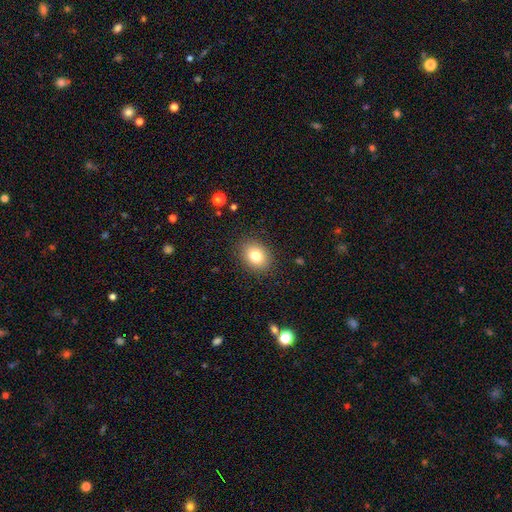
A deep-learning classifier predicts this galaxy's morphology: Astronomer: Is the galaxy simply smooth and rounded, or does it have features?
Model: smooth — 80%.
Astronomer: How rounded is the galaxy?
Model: in between — 53% (runner-up: round, 46%).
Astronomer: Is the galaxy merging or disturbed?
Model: none — 88%.